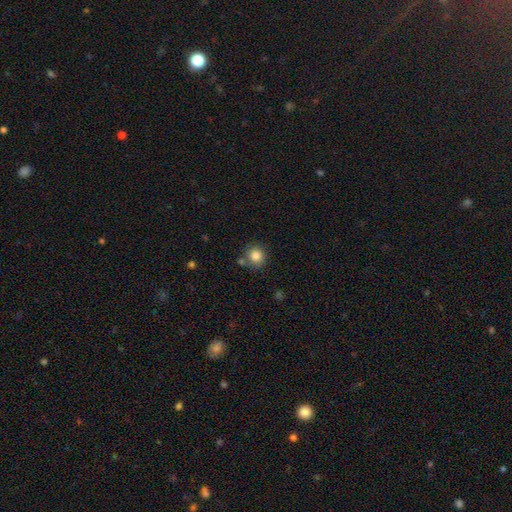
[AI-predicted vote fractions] Smooth or featured? smooth (84%)
How rounded? round (90%)
Merging? none (72%)